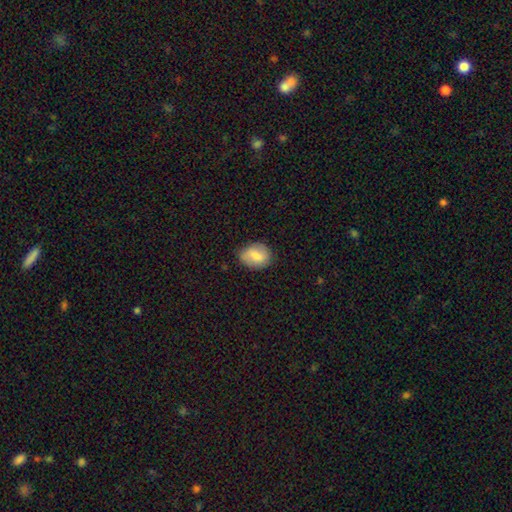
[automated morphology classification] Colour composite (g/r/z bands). It shows a smooth galaxy with no disk features (75%) that is in between round and cigar-shaped (55%). Merging: none (76%).